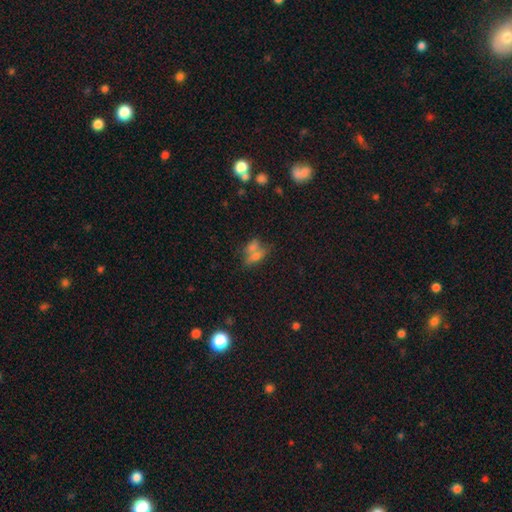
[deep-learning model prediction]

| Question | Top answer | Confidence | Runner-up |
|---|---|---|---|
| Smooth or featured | smooth | 54% | star or artifact (24%) |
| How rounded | in between | 62% | round (27%) |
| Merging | merger | 44% | none (38%) |